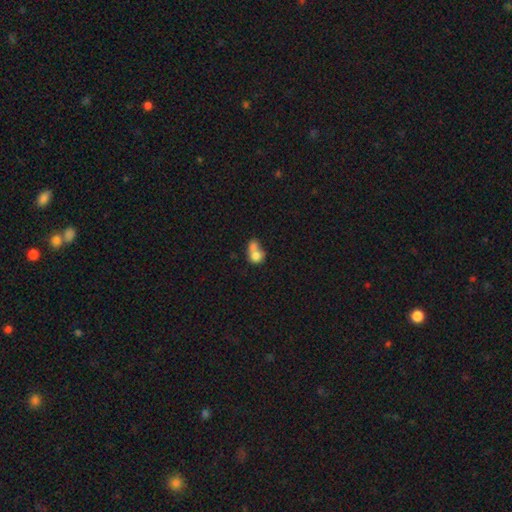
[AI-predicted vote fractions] Smooth or featured? Predicted: smooth (p=0.73). How rounded? Predicted: round (p=0.61). Merging? Predicted: merger (p=0.67).